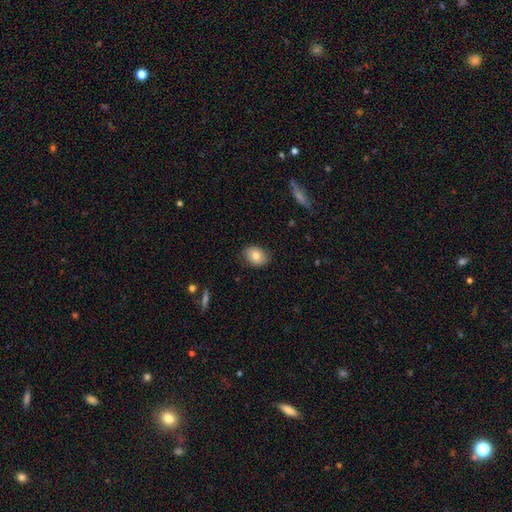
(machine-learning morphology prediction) type=smooth (79%); roundness=in between (66%); merging=none (85%).